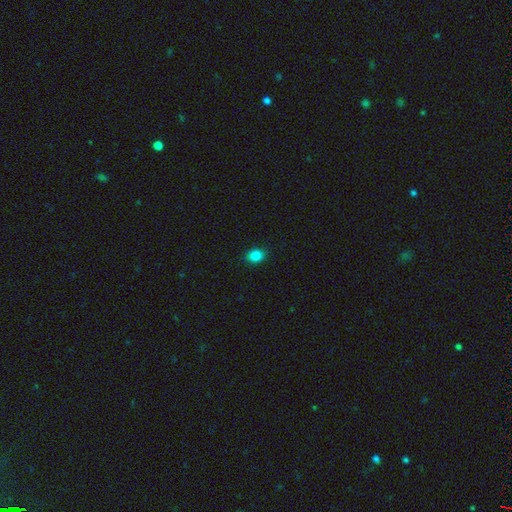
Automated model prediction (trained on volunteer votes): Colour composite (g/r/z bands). It shows a smooth galaxy with no disk features (85%) that is in between round and cigar-shaped (54%). Merging: none (89%).